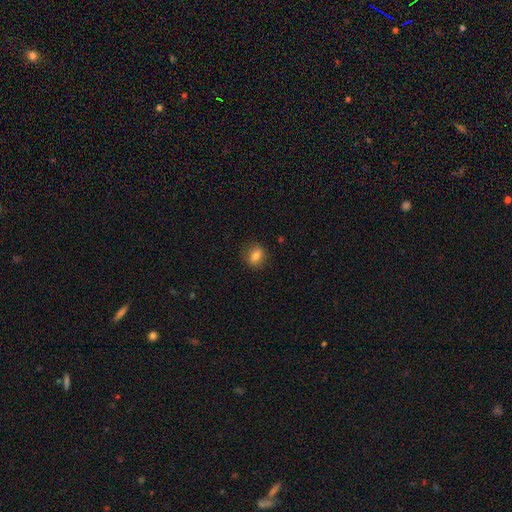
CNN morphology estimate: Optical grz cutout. It shows a smooth galaxy with no disk features (77%) that is round (54%). Merging: none (84%).